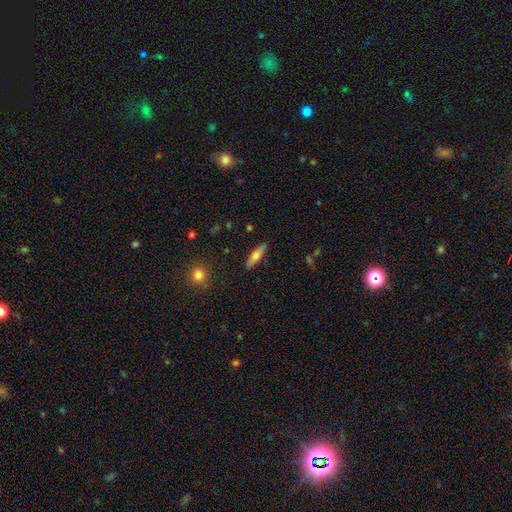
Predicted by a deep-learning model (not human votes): Smooth or featured? smooth (62%)
How rounded? cigar-shaped (67%)
Merging? none (89%)